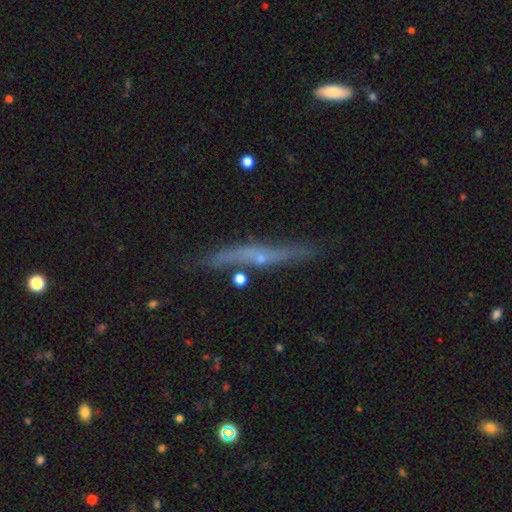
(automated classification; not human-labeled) Smooth or featured: featured or disk — 61% (smooth — 29%)
Edge-on disk: yes — 88% (no — 12%)
Edge-on bulge: rounded — 54% (none — 42%)
Merging: none — 76% (minor disturbance — 16%)